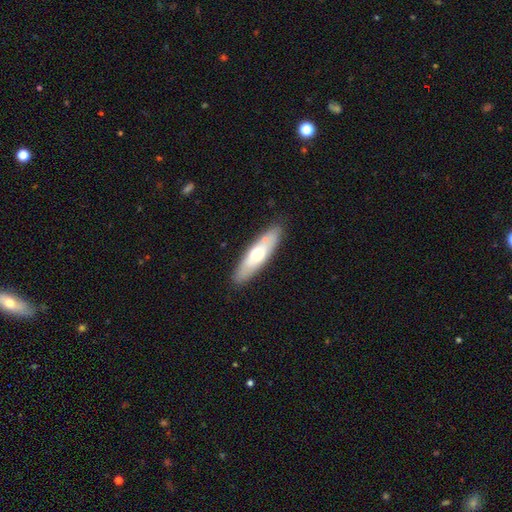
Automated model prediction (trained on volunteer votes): Smooth or featured? Predicted: smooth (p=0.50). Merging? Predicted: none (p=0.87).